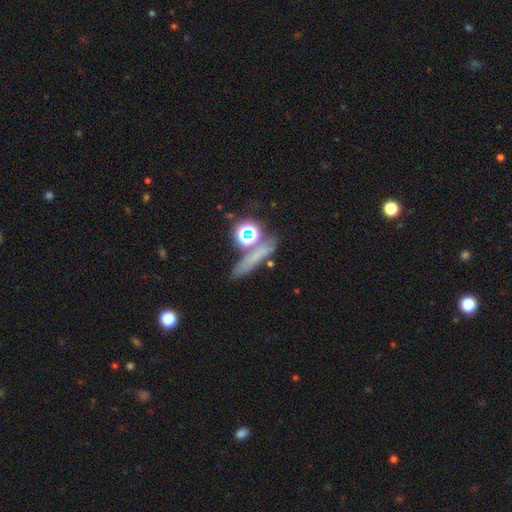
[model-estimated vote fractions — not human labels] smooth-or-featured: smooth: 49% | star or artifact: 32% | featured or disk: 19%
  merging: none: 68% | merger: 14% | minor disturbance: 12% | major disturbance: 7%